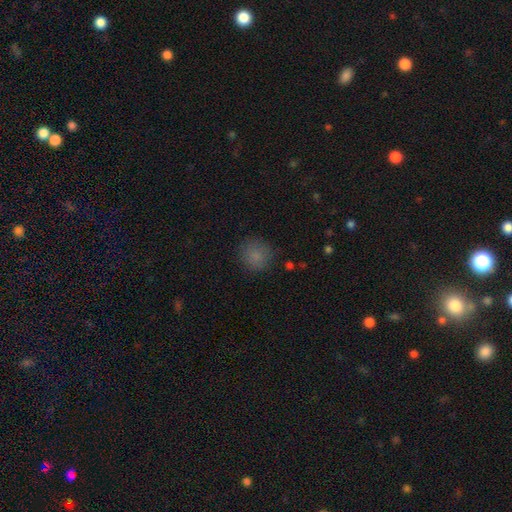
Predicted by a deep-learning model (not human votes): Smooth or featured?
  - smooth: 83% *
  - star or artifact: 12%
  - featured or disk: 5%
How rounded?
  - round: 91% *
  - in between: 8%
  - cigar-shaped: 1%
Merging?
  - none: 84% *
  - minor disturbance: 11%
  - major disturbance: 4%
  - merger: 1%